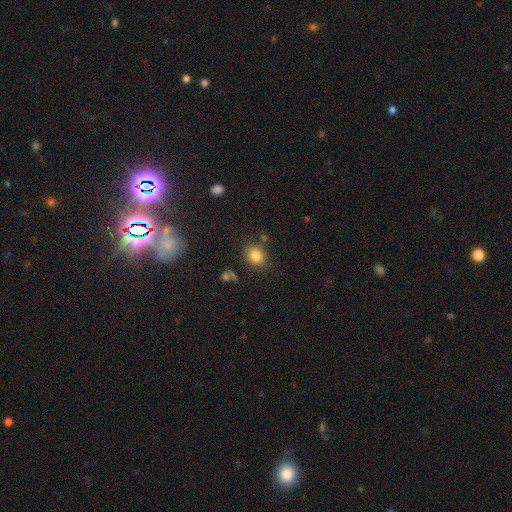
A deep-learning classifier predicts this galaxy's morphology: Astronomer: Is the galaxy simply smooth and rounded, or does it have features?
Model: smooth — 83%.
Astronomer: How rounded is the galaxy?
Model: round — 63%.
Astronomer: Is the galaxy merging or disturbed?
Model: none — 80%.